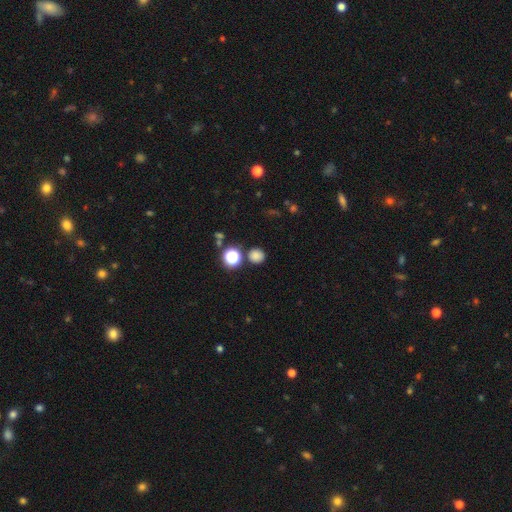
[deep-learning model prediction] Smooth or featured: smooth — 78% (star or artifact — 18%)
How rounded: round — 90% (in between — 9%)
Merging: none — 82% (minor disturbance — 8%)